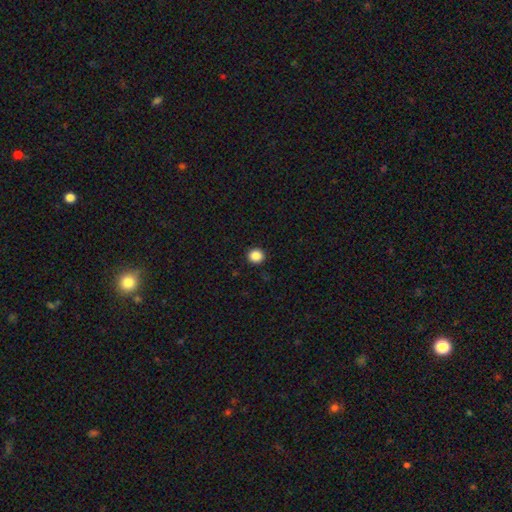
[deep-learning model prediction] Overall: smooth (87%). How rounded: round (91%). Merging: none (93%).